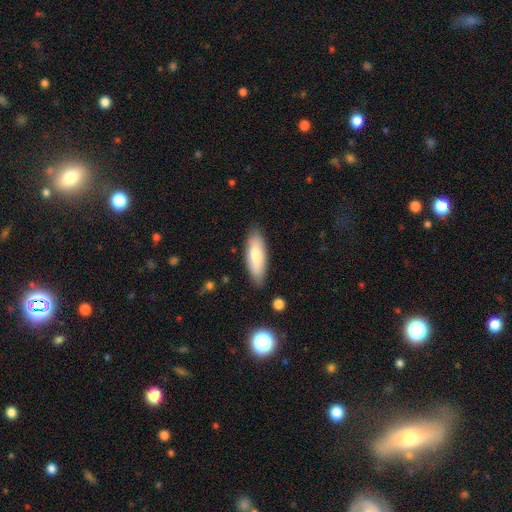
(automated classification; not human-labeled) This appears to be a smooth galaxy with no disk features (75%) that is in between round and cigar-shaped (59%). Merging: none (85%).